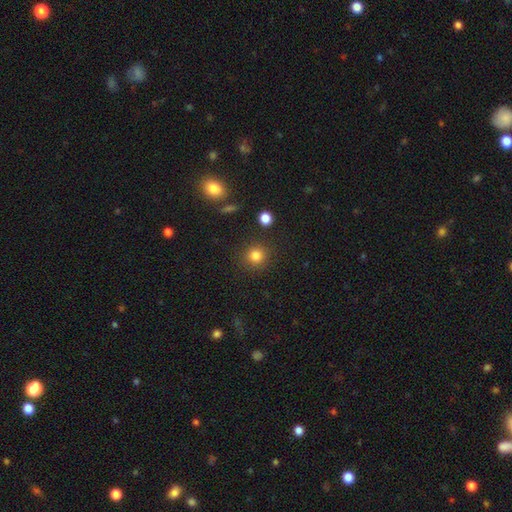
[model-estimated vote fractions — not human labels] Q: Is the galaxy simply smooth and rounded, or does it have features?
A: smooth — 83%.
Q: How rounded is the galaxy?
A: round — 91%.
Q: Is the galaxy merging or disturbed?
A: none — 88%.